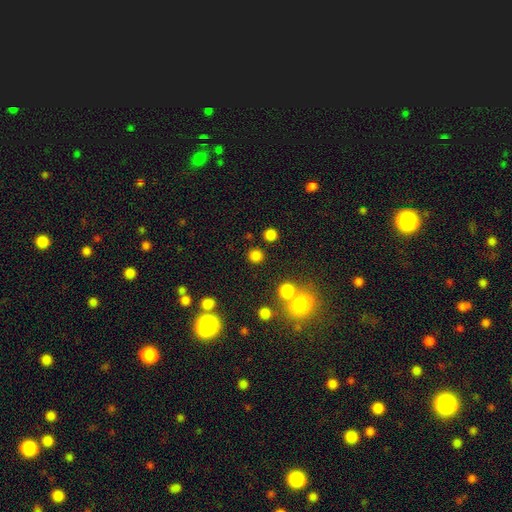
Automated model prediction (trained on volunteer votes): Morphology: type=smooth (79%); roundness=round (92%); merging=none (84%).